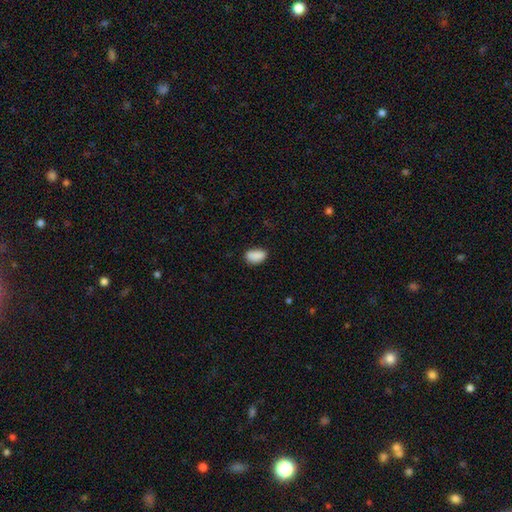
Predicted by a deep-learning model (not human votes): Smooth or featured: smooth — 87% (star or artifact — 8%)
How rounded: in between — 89% (round — 8%)
Merging: none — 75% (minor disturbance — 19%)